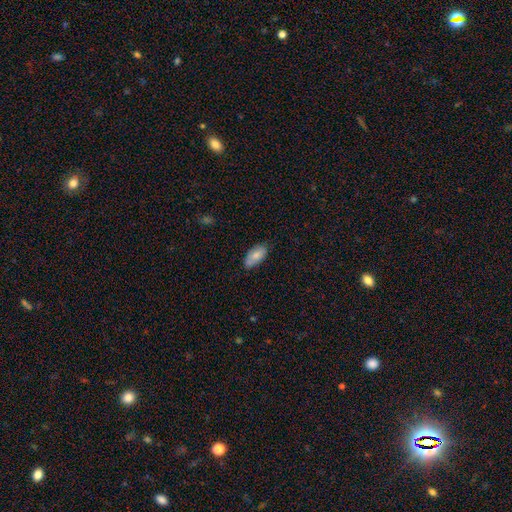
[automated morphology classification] The model was most divided on "merging": none: 76%, minor disturbance: 20%, major disturbance: 3%, merger: 1%. More confident: how rounded — in between (92%); smooth or featured — smooth (80%).